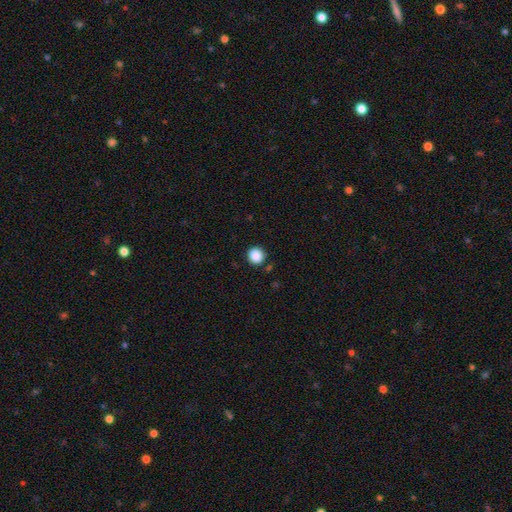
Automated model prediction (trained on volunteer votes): smooth 87%, star or artifact 10%, featured or disk 3%. Down the decision tree: how rounded — round (93%); merging — none (90%).